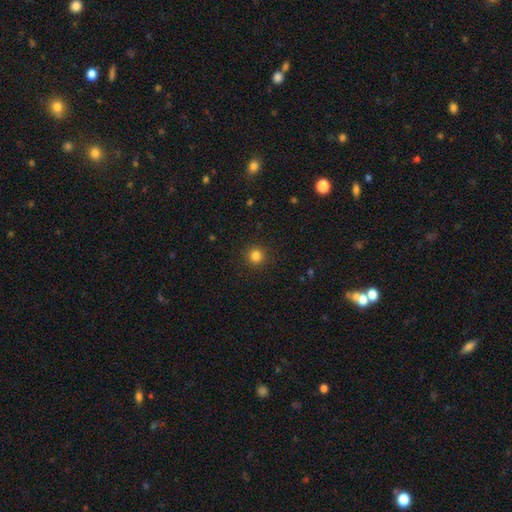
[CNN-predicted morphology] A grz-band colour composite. It shows a smooth galaxy with no disk features (83%) that is round (95%). Merging: none (92%).